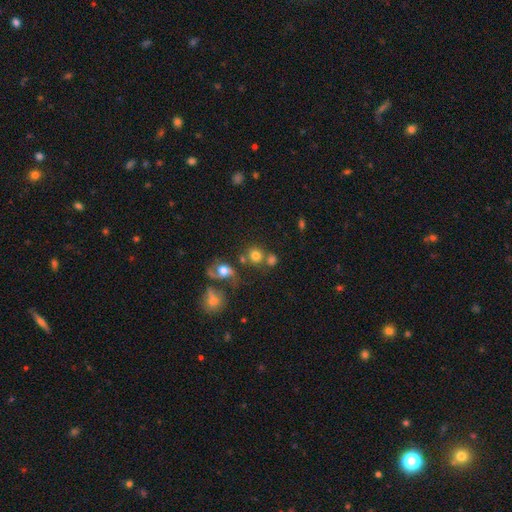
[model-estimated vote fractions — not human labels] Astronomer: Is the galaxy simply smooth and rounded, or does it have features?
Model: smooth — 74%.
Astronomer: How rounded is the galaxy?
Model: round — 85%.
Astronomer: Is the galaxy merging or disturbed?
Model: none — 56%.